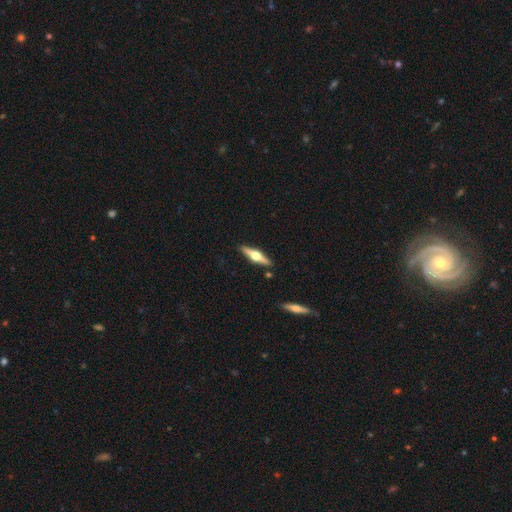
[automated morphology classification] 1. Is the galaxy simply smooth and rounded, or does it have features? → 70% featured or disk, 25% smooth, 5% star or artifact.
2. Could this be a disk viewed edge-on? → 97% yes, 3% no.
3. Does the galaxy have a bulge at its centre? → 96% rounded, 2% boxy, 1% none.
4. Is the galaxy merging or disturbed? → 89% none, 7% minor disturbance, 2% merger, 2% major disturbance.